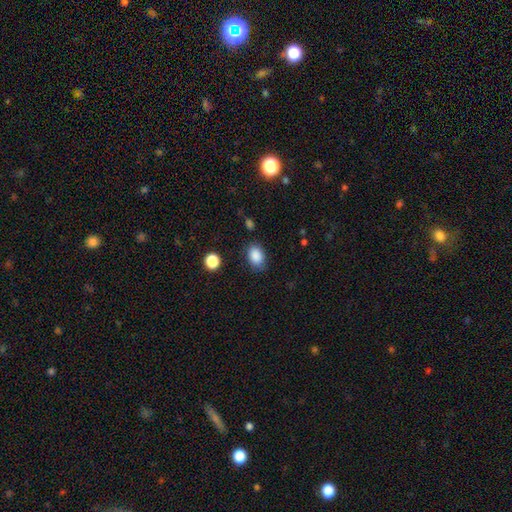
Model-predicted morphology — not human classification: type=smooth (87%); roundness=in between (78%); merging=none (79%).